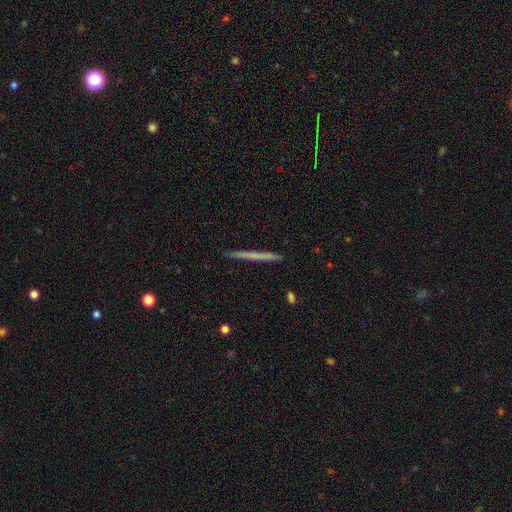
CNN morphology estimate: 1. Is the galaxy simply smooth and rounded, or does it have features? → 55% smooth, 40% featured or disk, 6% star or artifact.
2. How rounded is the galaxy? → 97% cigar-shaped, 2% in between, 1% round.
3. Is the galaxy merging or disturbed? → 92% none, 6% minor disturbance, 1% major disturbance, 1% merger.